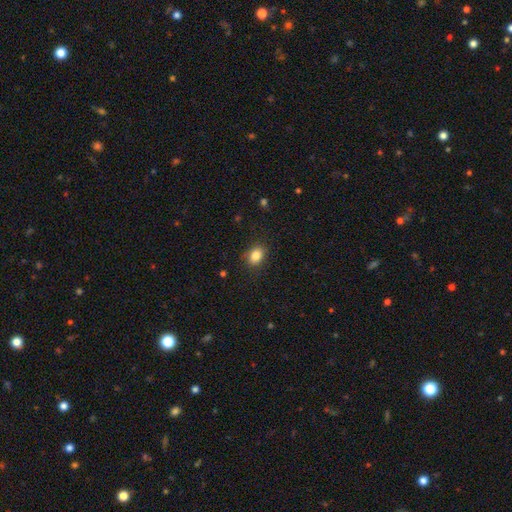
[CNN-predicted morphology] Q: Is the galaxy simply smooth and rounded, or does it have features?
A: smooth — 85%.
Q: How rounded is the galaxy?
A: in between — 68%.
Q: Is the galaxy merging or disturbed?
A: none — 87%.